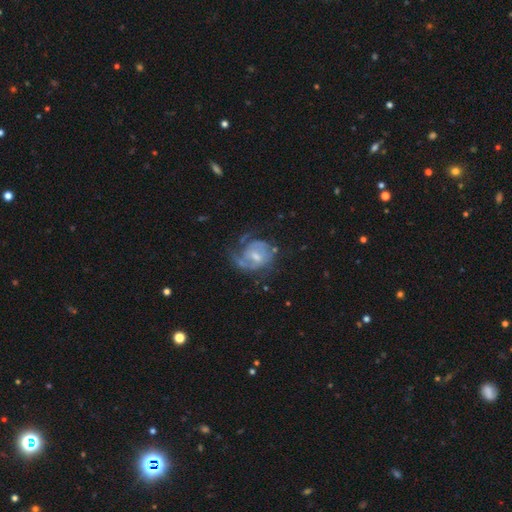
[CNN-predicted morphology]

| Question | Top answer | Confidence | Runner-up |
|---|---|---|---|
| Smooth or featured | featured or disk | 82% | smooth (13%) |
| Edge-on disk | no | 98% | yes (2%) |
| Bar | weak | 53% | no (36%) |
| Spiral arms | yes | 91% | no (9%) |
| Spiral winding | tight | 44% | medium (41%) |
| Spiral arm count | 2 | 43% | can't tell (22%) |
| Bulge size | moderate | 48% | small (40%) |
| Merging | none | 49% | major disturbance (24%) |